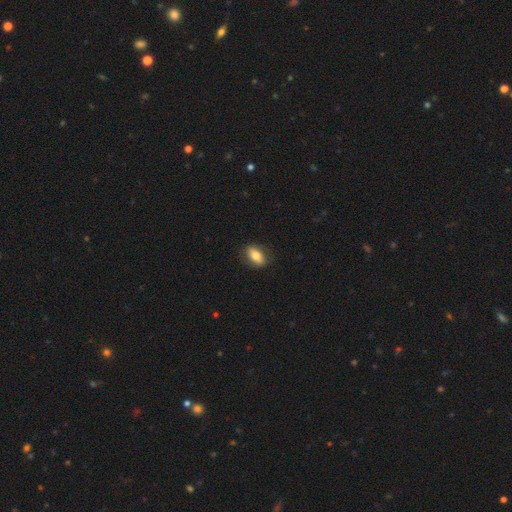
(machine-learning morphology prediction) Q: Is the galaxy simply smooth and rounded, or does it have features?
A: smooth — 75%.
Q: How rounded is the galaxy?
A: in between — 86%.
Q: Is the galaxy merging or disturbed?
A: none — 83%.